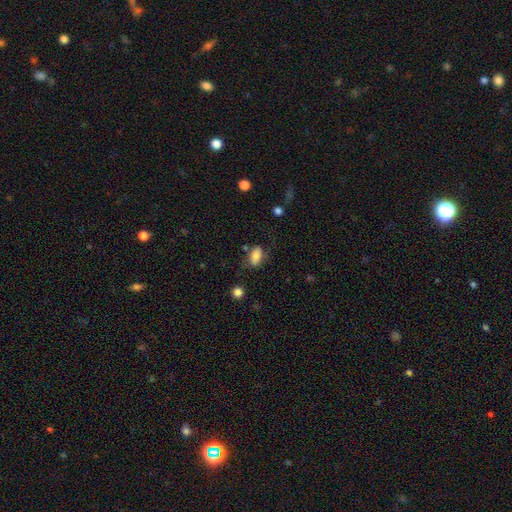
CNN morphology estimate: Q: Smooth or featured?
A: smooth (79%); runner-up: featured or disk (13%)
Q: How rounded?
A: in between (88%); runner-up: round (9%)
Q: Merging?
A: none (65%); runner-up: minor disturbance (23%)